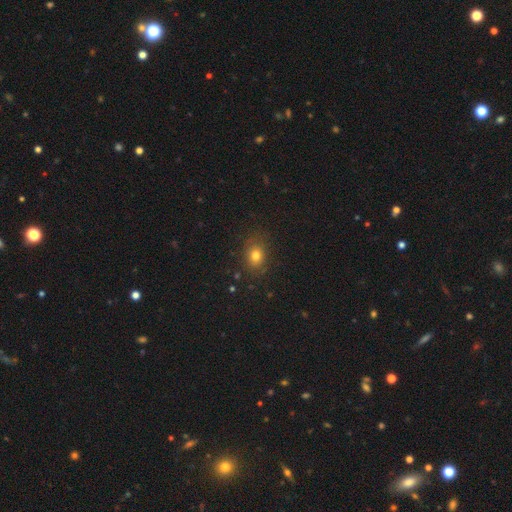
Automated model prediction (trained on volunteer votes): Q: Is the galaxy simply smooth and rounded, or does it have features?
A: smooth — 77%.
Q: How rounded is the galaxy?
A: in between — 54%.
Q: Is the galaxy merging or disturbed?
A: none — 81%.